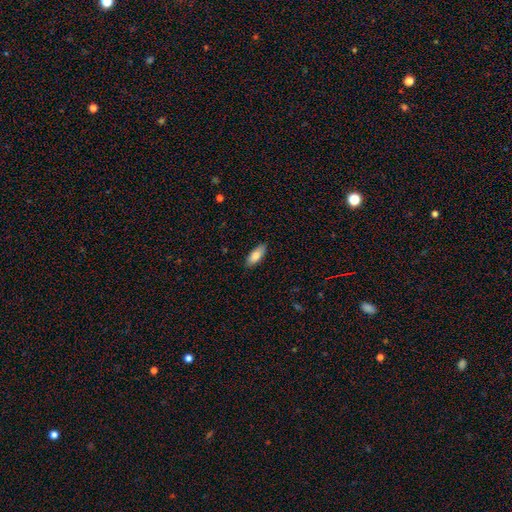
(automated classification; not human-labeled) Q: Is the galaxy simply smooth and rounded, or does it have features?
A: smooth — 81%.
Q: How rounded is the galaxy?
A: in between — 75%.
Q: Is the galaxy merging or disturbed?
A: none — 88%.